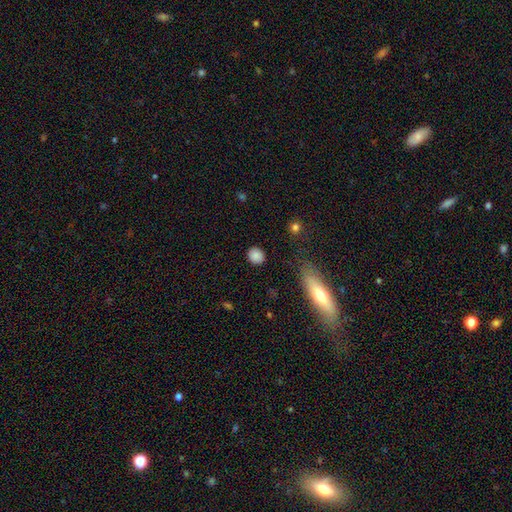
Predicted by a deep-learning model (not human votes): The model was most divided on "how rounded": round: 80%, in between: 18%, cigar-shaped: 2%. More confident: merging — none (88%); smooth or featured — smooth (86%).